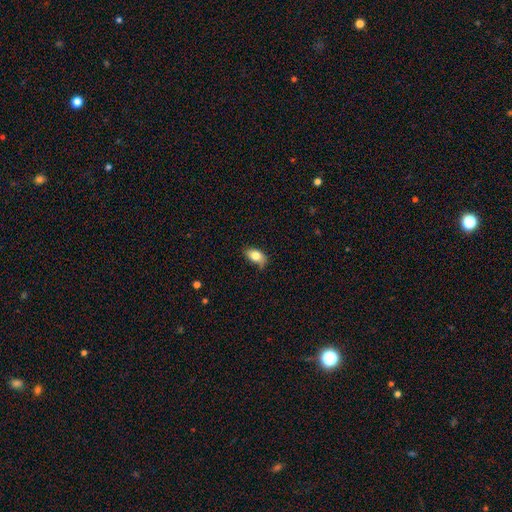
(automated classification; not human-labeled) Q: Smooth or featured?
A: smooth (80%); runner-up: featured or disk (12%)
Q: How rounded?
A: in between (88%); runner-up: round (9%)
Q: Merging?
A: none (56%); runner-up: minor disturbance (33%)